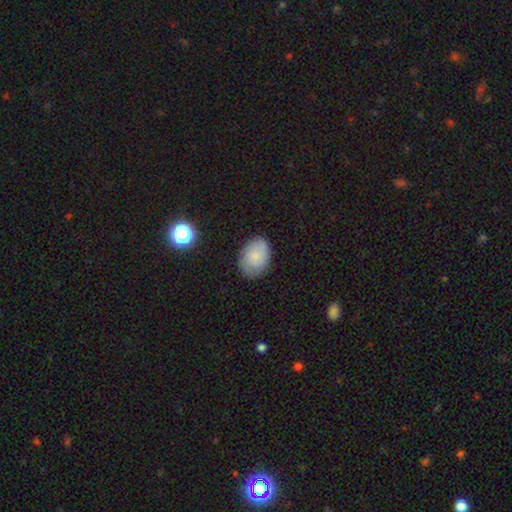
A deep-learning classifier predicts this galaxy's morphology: Smooth or featured? Predicted: smooth (p=0.78). How rounded? Predicted: in between (p=0.77). Merging? Predicted: none (p=0.80).